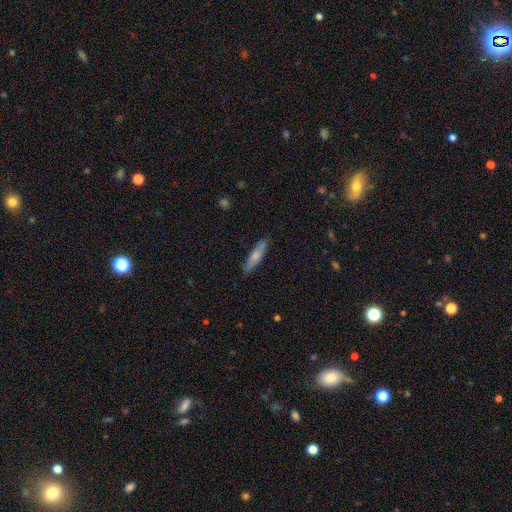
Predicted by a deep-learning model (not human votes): Morphology: type=smooth (68%); roundness=cigar-shaped (84%); merging=none (86%).